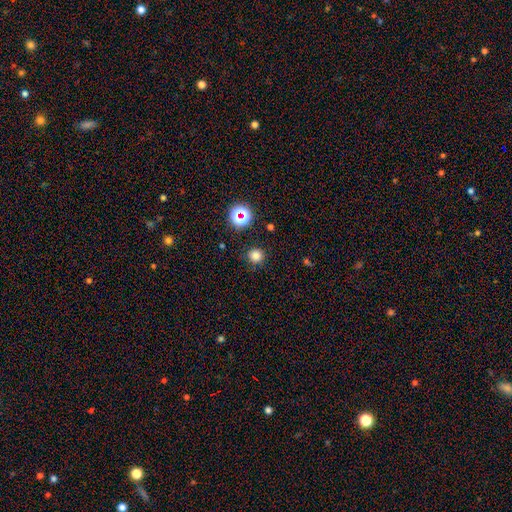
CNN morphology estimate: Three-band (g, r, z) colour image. It shows a smooth galaxy with no disk features (78%) that is round (93%). Merging: none (88%).